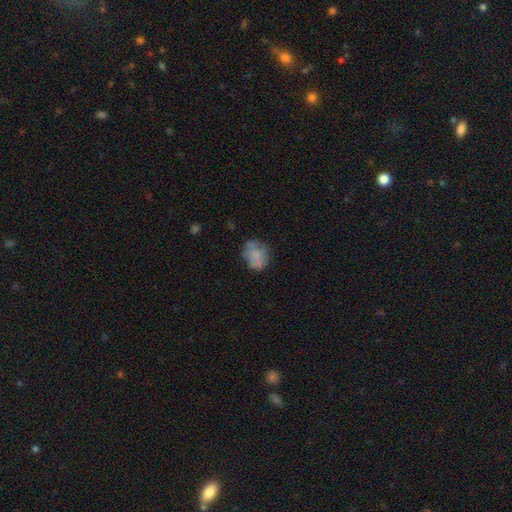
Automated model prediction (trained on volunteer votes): A smooth galaxy with no disk features (64%) that is round (63%).

Vote fractions:
- Smooth or featured? smooth: 64% / featured or disk: 26% / star or artifact: 10%
- How rounded? round: 63% / in between: 36% / cigar-shaped: 1%
- Merging? none: 60% / minor disturbance: 23% / major disturbance: 12% / merger: 4%